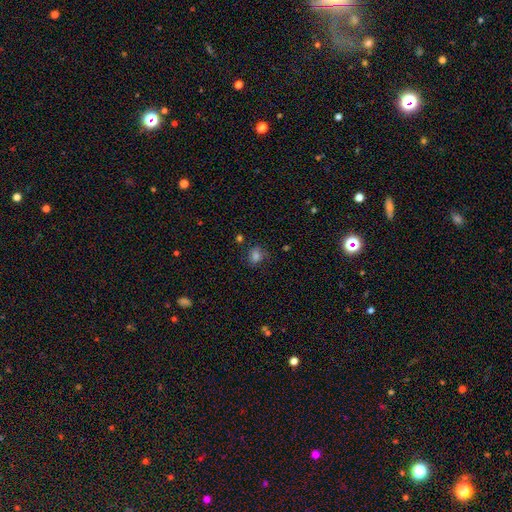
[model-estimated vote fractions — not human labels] A smooth galaxy with no disk features (60%) that is in between round and cigar-shaped (49%, tied with round).

Vote fractions:
- Smooth or featured? smooth: 60% / star or artifact: 26% / featured or disk: 14%
- How rounded? in between: 49% (tied) / round: 49% (tied) / cigar-shaped: 2%
- Merging? none: 67% / minor disturbance: 20% / major disturbance: 9% / merger: 4%